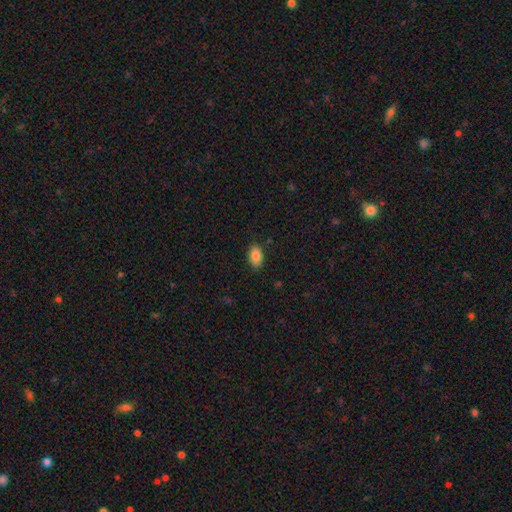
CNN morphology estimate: A smooth galaxy with no disk features (87%) that is in between round and cigar-shaped (93%).

Vote fractions:
- Smooth or featured? smooth: 87% / star or artifact: 8% / featured or disk: 5%
- How rounded? in between: 93% / round: 5% / cigar-shaped: 2%
- Merging? none: 87% / minor disturbance: 10% / major disturbance: 2% / merger: 1%